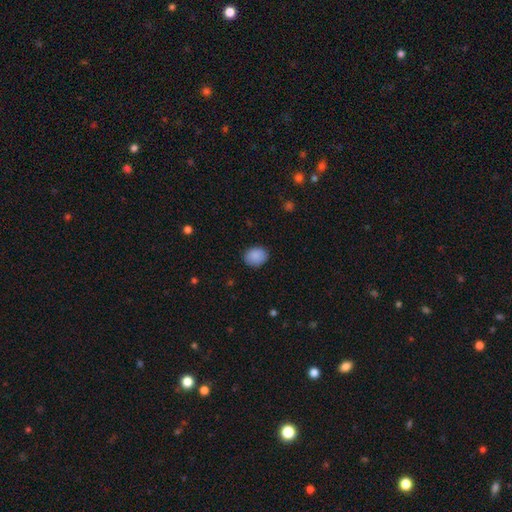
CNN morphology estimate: smooth-or-featured: smooth: 89% | star or artifact: 8% | featured or disk: 3%
  how-rounded: round: 56% | in between: 43% | cigar-shaped: 1%
  merging: none: 87% | minor disturbance: 10% | major disturbance: 2% | merger: 1%